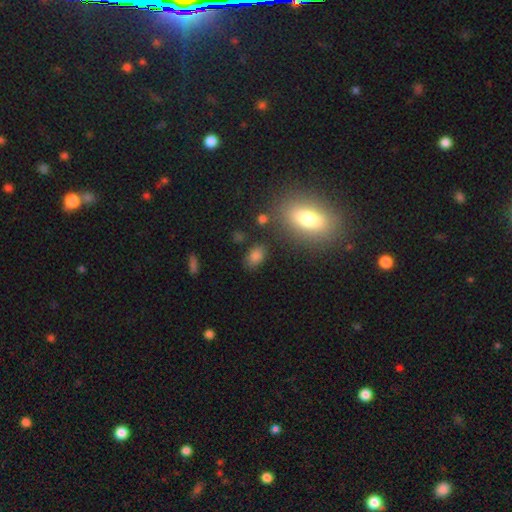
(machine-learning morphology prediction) type=smooth (80%); roundness=in between (82%); merging=none (76%).